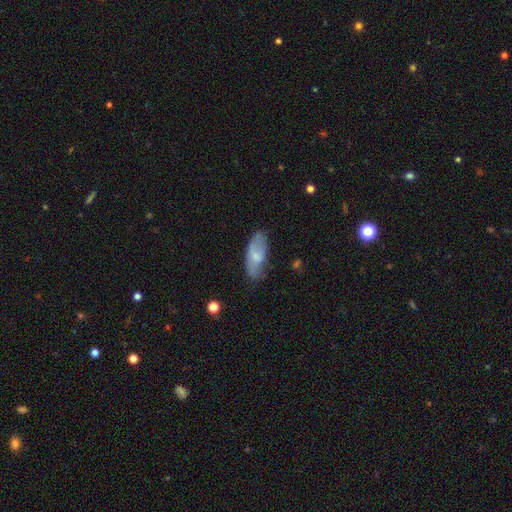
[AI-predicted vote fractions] smooth-or-featured: smooth: 62% | featured or disk: 31% | star or artifact: 7%
  how-rounded: in between: 80% | cigar-shaped: 18% | round: 2%
  merging: none: 61% | minor disturbance: 27% | major disturbance: 9% | merger: 2%